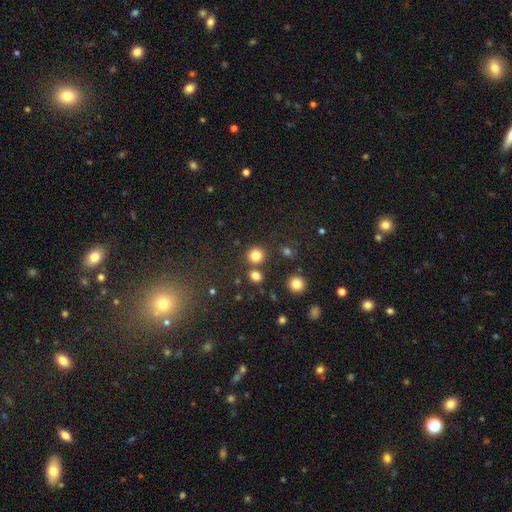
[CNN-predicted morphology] Q: Smooth or featured?
A: smooth (82%); runner-up: star or artifact (14%)
Q: How rounded?
A: round (90%); runner-up: in between (9%)
Q: Merging?
A: none (78%); runner-up: merger (12%)